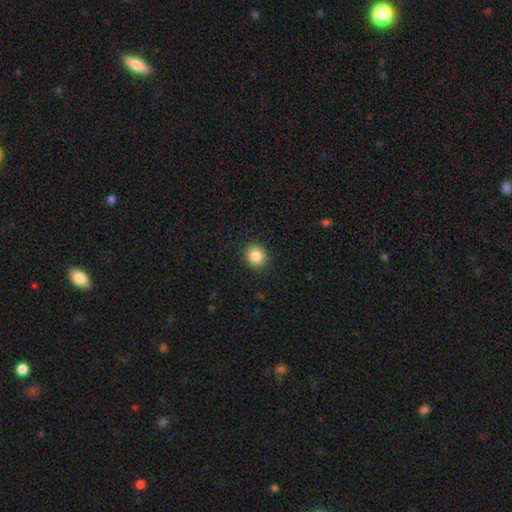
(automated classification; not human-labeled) This appears to be a smooth galaxy with no disk features (86%) that is round (84%). Merging: none (90%).